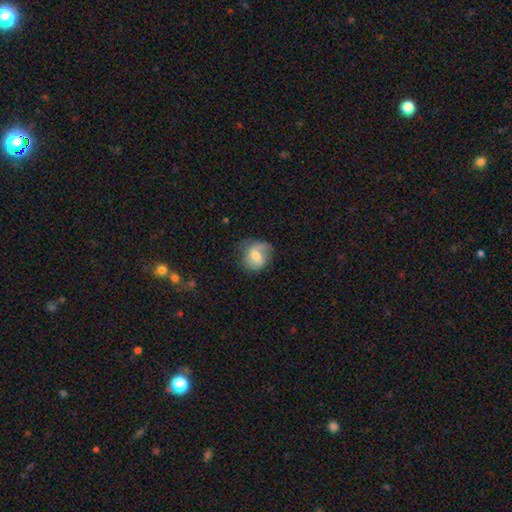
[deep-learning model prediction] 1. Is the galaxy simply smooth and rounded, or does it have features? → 47% smooth, 45% featured or disk, 8% star or artifact.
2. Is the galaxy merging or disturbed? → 58% none, 27% minor disturbance, 13% major disturbance, 2% merger.